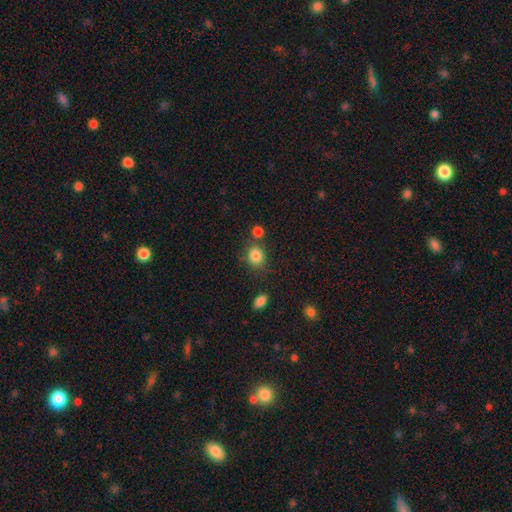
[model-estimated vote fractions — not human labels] Smooth or featured: smooth — 84% (star or artifact — 10%)
How rounded: round — 59% (in between — 40%)
Merging: none — 69% (minor disturbance — 15%)